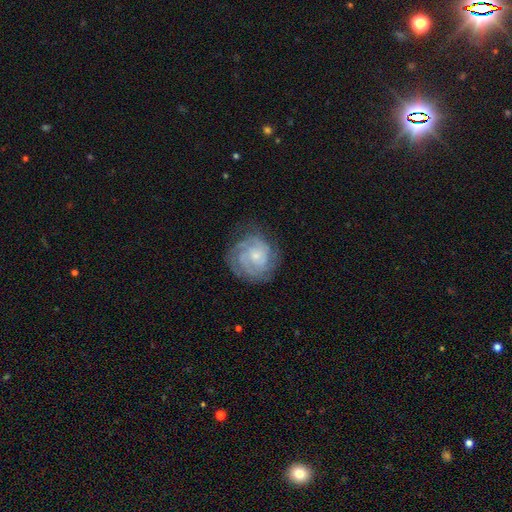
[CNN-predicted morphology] Smooth or featured?
  - featured or disk: 79% *
  - smooth: 15%
  - star or artifact: 6%
Edge-on disk?
  - no: 98% *
  - yes: 2%
Bar?
  - no: 74% *
  - weak: 22%
  - strong: 3%
Spiral arms?
  - yes: 94% *
  - no: 6%
Spiral winding?
  - tight: 71% *
  - medium: 24%
  - loose: 5%
Spiral arm count?
  - can't tell: 33% *
  - 3: 24%
  - 2: 20%
  - 4: 12%
  - 1: 6%
  - more than 4: 6%
Bulge size?
  - small: 70% *
  - moderate: 22%
  - none: 5%
  - large: 2%
  - dominant: 1%
Merging?
  - none: 74% *
  - minor disturbance: 17%
  - major disturbance: 7%
  - merger: 1%